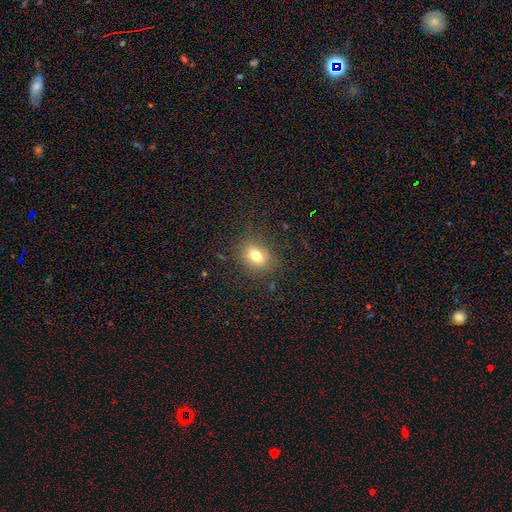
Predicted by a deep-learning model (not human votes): Smooth or featured? smooth (73%)
How rounded? in between (53%)
Merging? none (82%)